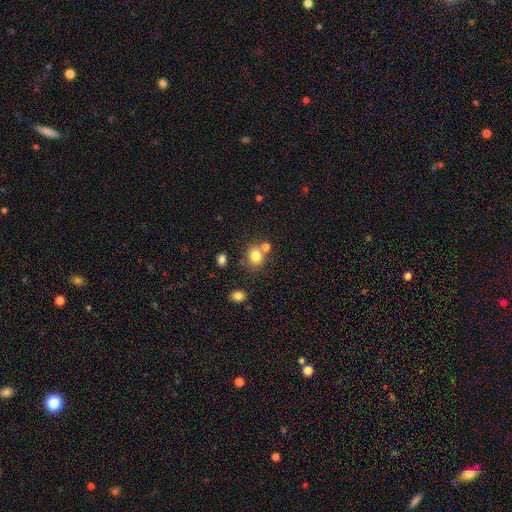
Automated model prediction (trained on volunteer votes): Smooth or featured? Predicted: smooth (p=0.79). How rounded? Predicted: round (p=0.69). Merging? Predicted: none (p=0.64).